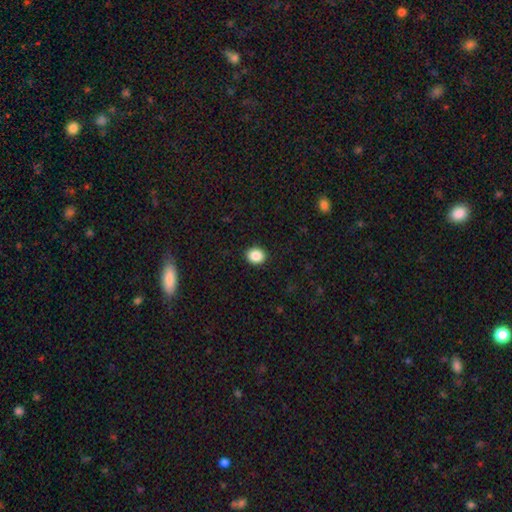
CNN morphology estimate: smooth-or-featured: smooth: 87% | star or artifact: 9% | featured or disk: 4%
  how-rounded: round: 71% | in between: 28% | cigar-shaped: 1%
  merging: none: 92% | minor disturbance: 5% | major disturbance: 2% | merger: 1%